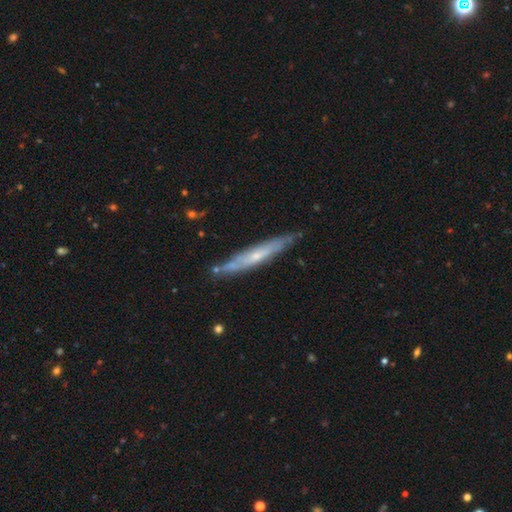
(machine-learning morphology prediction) This is likely a featured or disk galaxy (63%). It is likely viewed edge-on (79%). Merging: likely none (78%).